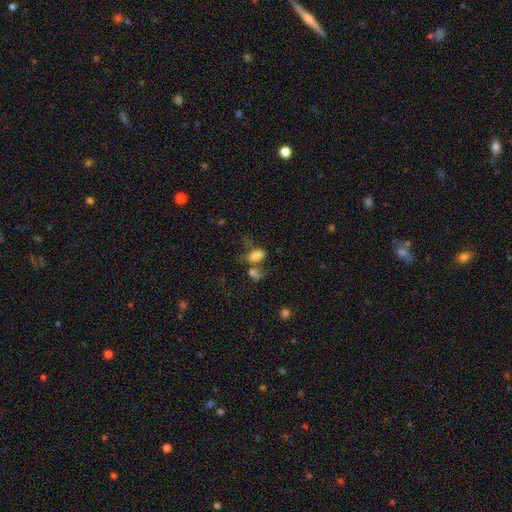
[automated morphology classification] A smooth galaxy with no disk features (77%) that is in between round and cigar-shaped (88%).

Vote fractions:
- Smooth or featured? smooth: 77% / star or artifact: 13% / featured or disk: 10%
- How rounded? in between: 88% / round: 7% / cigar-shaped: 5%
- Merging? none: 33% / merger: 32% / minor disturbance: 19% / major disturbance: 16%